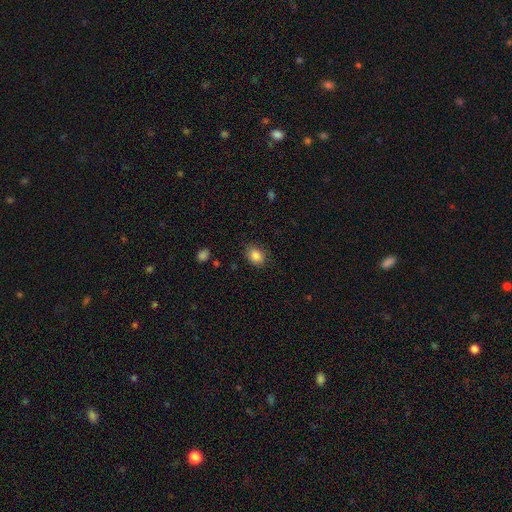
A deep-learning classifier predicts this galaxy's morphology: This appears to be a smooth galaxy with no disk features (86%) that is in between round and cigar-shaped (61%). Merging: none (84%).